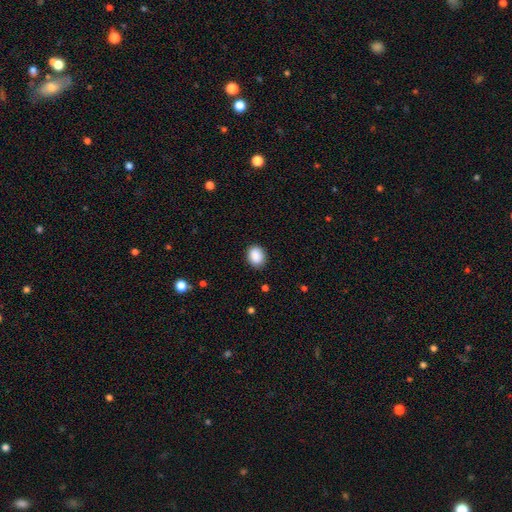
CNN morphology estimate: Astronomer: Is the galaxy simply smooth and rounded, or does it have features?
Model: smooth — 89%.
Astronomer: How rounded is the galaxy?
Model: in between — 55% (runner-up: round, 44%).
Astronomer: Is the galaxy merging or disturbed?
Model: none — 88%.